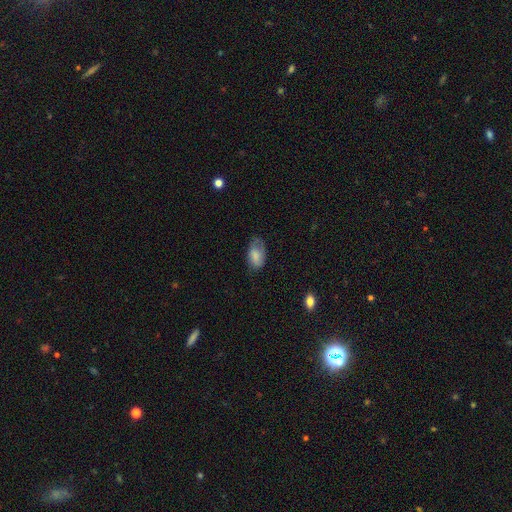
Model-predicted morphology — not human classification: Smooth or featured?
  - smooth: 79% *
  - featured or disk: 13%
  - star or artifact: 8%
How rounded?
  - in between: 92% *
  - round: 6%
  - cigar-shaped: 2%
Merging?
  - none: 54% *
  - minor disturbance: 33%
  - major disturbance: 12%
  - merger: 1%